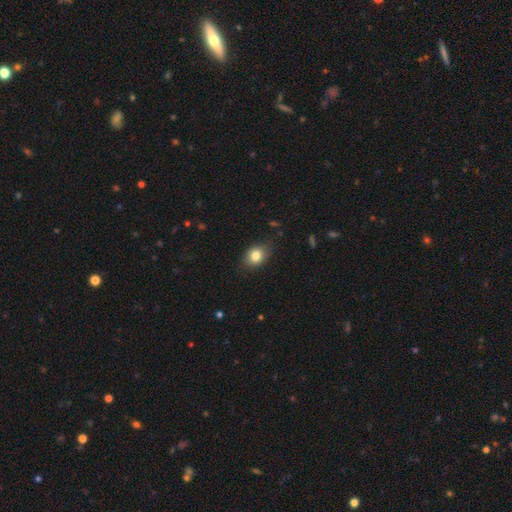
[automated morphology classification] Smooth or featured: smooth — 82% (star or artifact — 9%)
How rounded: in between — 63% (round — 36%)
Merging: none — 80% (minor disturbance — 16%)